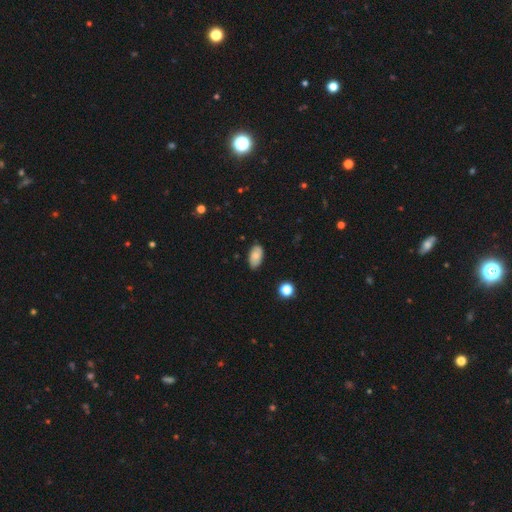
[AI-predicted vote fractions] Smooth or featured?
  - smooth: 80% *
  - featured or disk: 12%
  - star or artifact: 8%
How rounded?
  - in between: 94% *
  - round: 4%
  - cigar-shaped: 2%
Merging?
  - none: 82% *
  - minor disturbance: 14%
  - major disturbance: 2%
  - merger: 1%